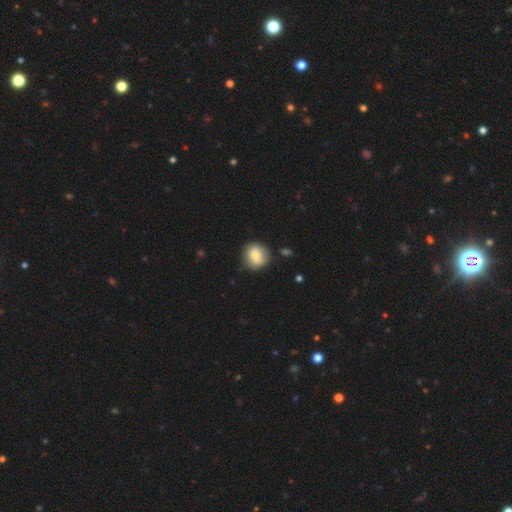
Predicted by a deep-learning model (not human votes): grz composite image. It shows a smooth galaxy with no disk features (74%) that is round (89%). Merging: none (78%).